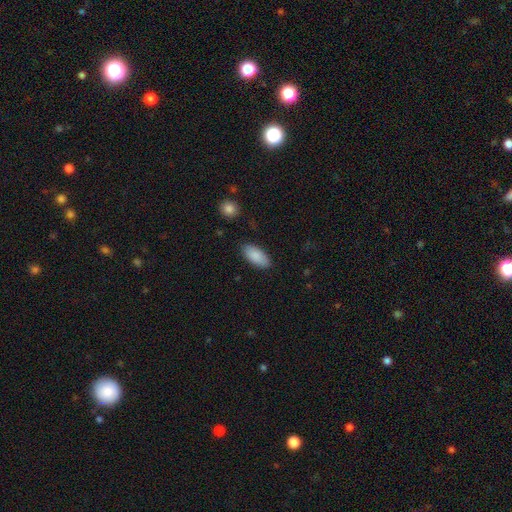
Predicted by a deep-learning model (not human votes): The model was most divided on "merging": none: 86%, minor disturbance: 10%, major disturbance: 2%, merger: 2%. More confident: how rounded — in between (91%); smooth or featured — smooth (88%).